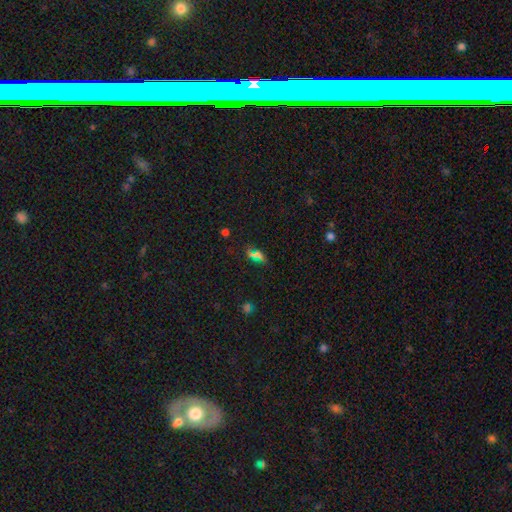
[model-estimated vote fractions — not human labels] A smooth galaxy with no disk features (50%). Merging: none (74%).